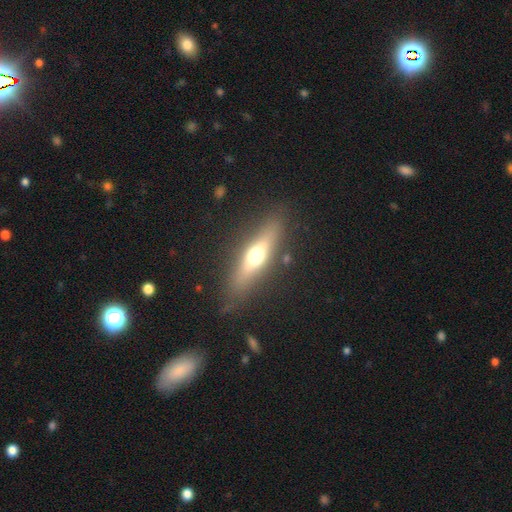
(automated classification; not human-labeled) Smooth or featured?
  - featured or disk: 48% *
  - smooth: 44%
  - star or artifact: 8%
Merging?
  - none: 84% *
  - minor disturbance: 11%
  - major disturbance: 4%
  - merger: 2%